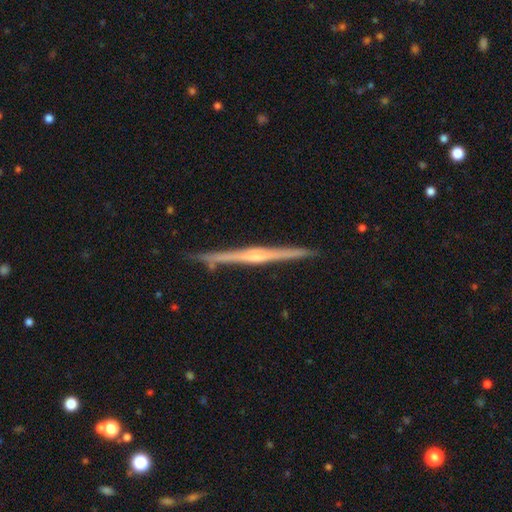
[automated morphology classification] Smooth or featured? Predicted: featured or disk (p=0.81). Edge-on disk? Predicted: yes (p=0.98). Edge-on bulge? Predicted: rounded (p=0.63). Merging? Predicted: none (p=0.89).